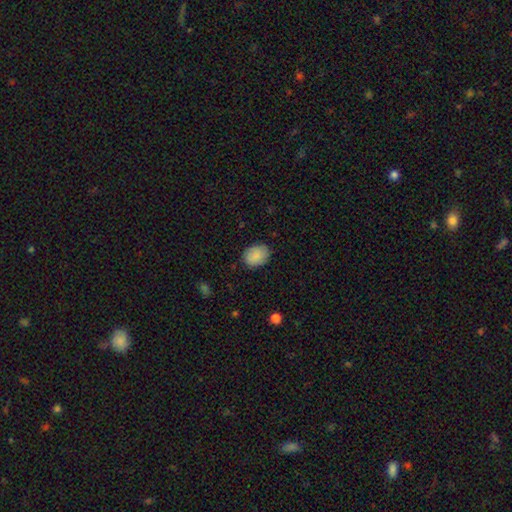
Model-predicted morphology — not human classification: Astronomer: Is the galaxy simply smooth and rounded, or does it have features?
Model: smooth — 88%.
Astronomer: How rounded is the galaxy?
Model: in between — 62%.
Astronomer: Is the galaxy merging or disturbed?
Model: none — 84%.